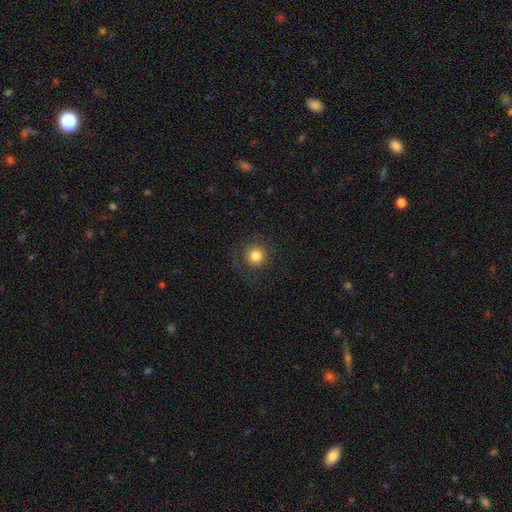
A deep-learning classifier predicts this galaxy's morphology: smooth-or-featured: smooth: 81% | star or artifact: 11% | featured or disk: 8%
  how-rounded: round: 95% | in between: 4% | cigar-shaped: 1%
  merging: none: 83% | minor disturbance: 10% | major disturbance: 7% | merger: 1%